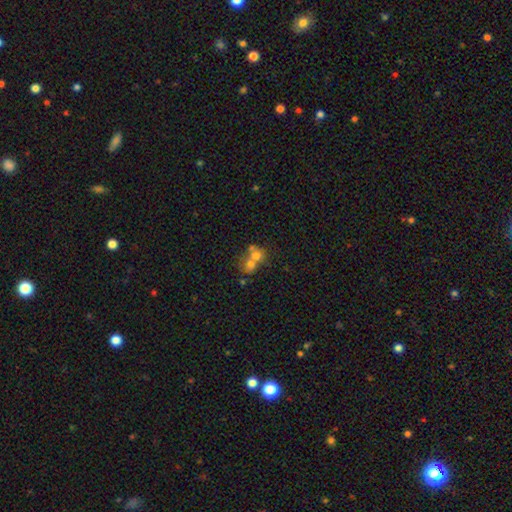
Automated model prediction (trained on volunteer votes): Smooth or featured?
  - smooth: 64% *
  - featured or disk: 22%
  - star or artifact: 14%
How rounded?
  - round: 71% *
  - in between: 28%
  - cigar-shaped: 1%
Merging?
  - merger: 65% *
  - none: 25%
  - minor disturbance: 6%
  - major disturbance: 4%